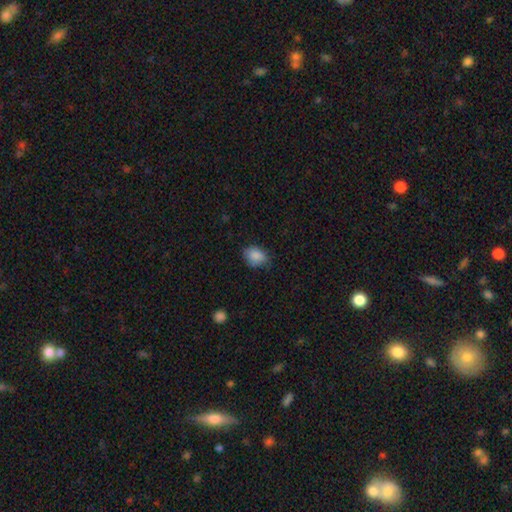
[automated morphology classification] A smooth galaxy with no disk features (87%) that is in between round and cigar-shaped (69%). Merging: none (72%).